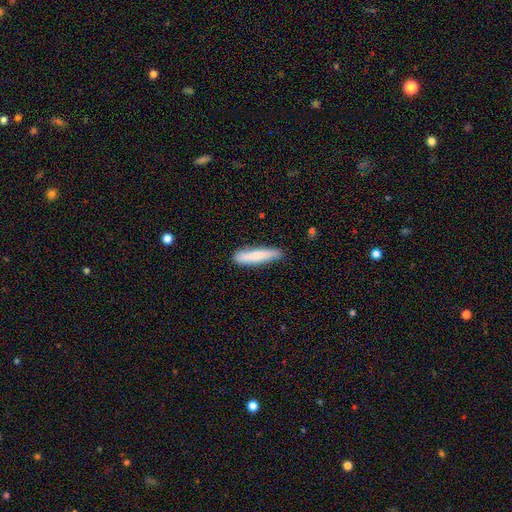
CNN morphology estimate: Smooth or featured? Predicted: smooth (p=0.75). How rounded? Predicted: cigar-shaped (p=0.86). Merging? Predicted: none (p=0.84).